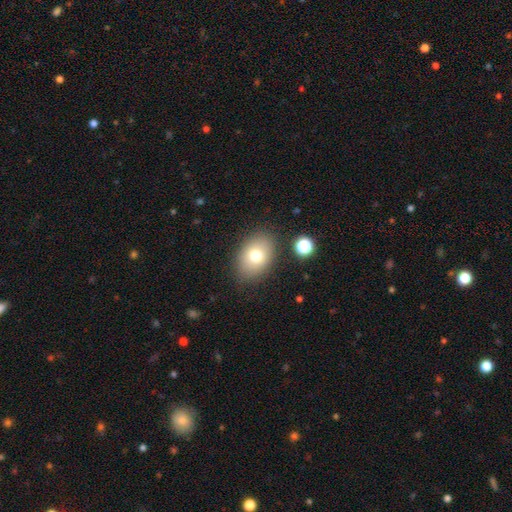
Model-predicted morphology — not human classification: Smooth or featured: smooth — 75% (featured or disk — 14%)
How rounded: in between — 79% (round — 20%)
Merging: none — 84% (minor disturbance — 10%)